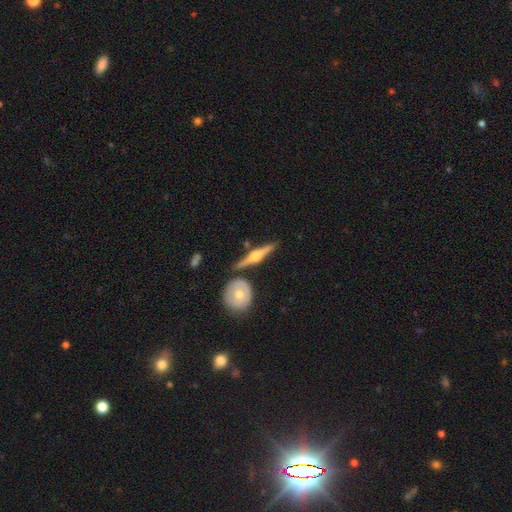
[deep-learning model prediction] This is likely a featured or disk galaxy (77%). It is clearly viewed edge-on (97%). Edge-on bulge: clearly rounded (92%). Merging: clearly none (81%).